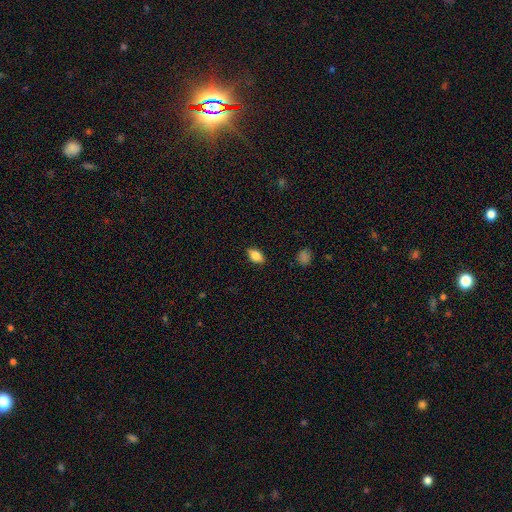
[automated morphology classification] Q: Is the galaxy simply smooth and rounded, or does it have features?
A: smooth — 81%.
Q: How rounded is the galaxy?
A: in between — 87%.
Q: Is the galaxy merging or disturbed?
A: none — 85%.